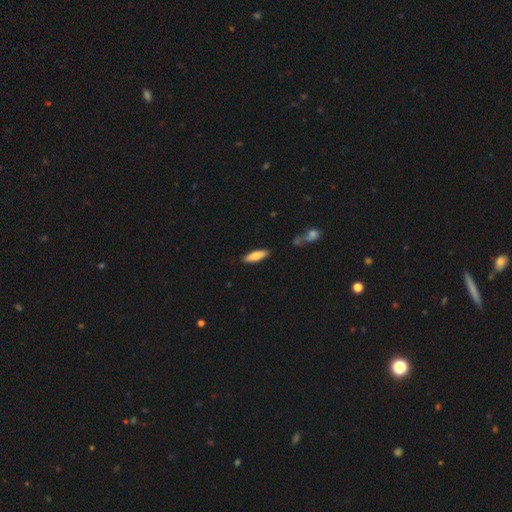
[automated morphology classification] A smooth galaxy with no disk features (75%) that is cigar-shaped (51%). Merging: none (87%).